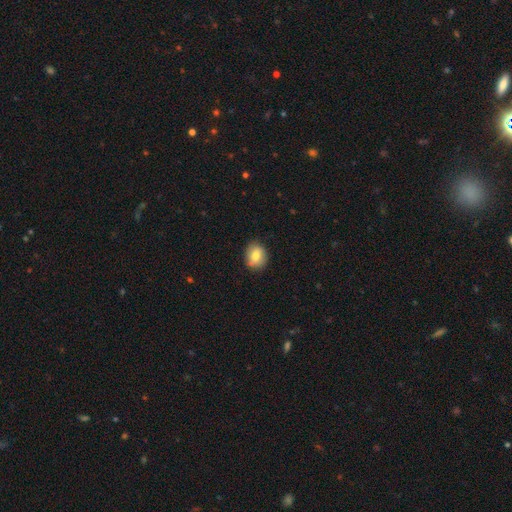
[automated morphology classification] Q: Smooth or featured?
A: smooth (77%); runner-up: featured or disk (14%)
Q: How rounded?
A: round (59%); runner-up: in between (40%)
Q: Merging?
A: none (85%); runner-up: minor disturbance (11%)